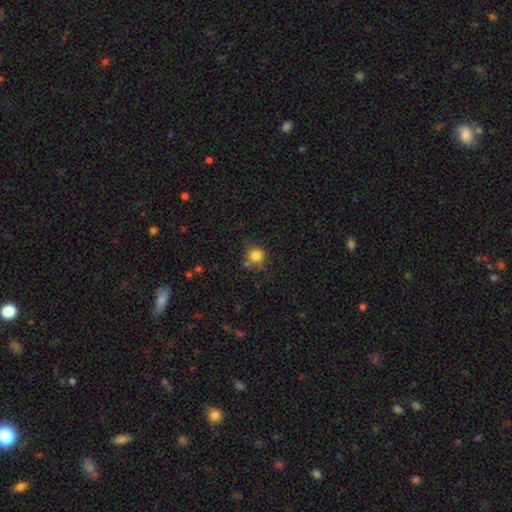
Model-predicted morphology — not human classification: smooth-or-featured: smooth: 82% | star or artifact: 12% | featured or disk: 7%
  how-rounded: round: 85% | in between: 14% | cigar-shaped: 1%
  merging: none: 67% | minor disturbance: 19% | merger: 9% | major disturbance: 5%